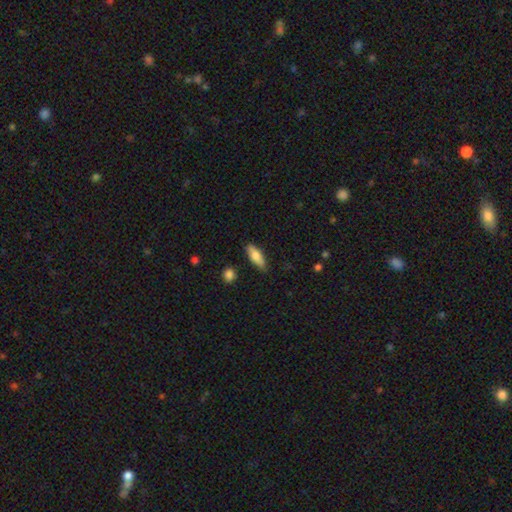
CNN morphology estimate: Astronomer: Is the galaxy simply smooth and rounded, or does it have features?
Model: smooth — 70%.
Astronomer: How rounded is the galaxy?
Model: in between — 57% (runner-up: cigar-shaped, 40%).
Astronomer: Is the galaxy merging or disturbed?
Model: none — 83%.